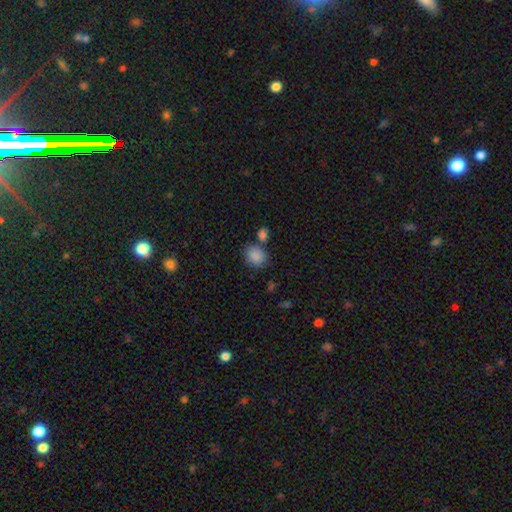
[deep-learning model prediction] Smooth or featured? Predicted: smooth (p=0.88). How rounded? Predicted: round (p=0.57). Merging? Predicted: none (p=0.65).